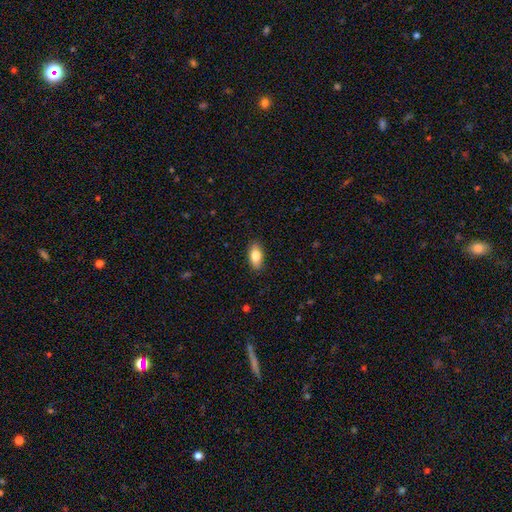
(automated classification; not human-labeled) smooth 82%, featured or disk 12%, star or artifact 7%. Down the decision tree: how rounded — in between (90%); merging — none (88%).